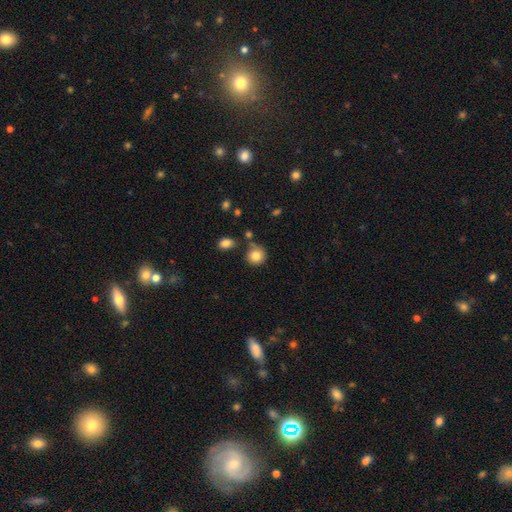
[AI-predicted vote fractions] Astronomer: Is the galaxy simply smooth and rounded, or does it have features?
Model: smooth — 81%.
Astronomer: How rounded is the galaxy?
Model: round — 86%.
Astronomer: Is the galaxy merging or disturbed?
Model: none — 65%.